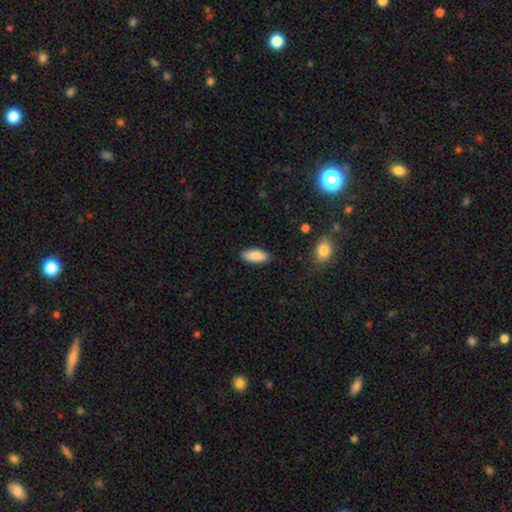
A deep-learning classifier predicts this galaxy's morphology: smooth-or-featured: smooth: 87% | featured or disk: 7% | star or artifact: 6%
  how-rounded: in between: 86% | cigar-shaped: 13% | round: 2%
  merging: none: 86% | minor disturbance: 10% | major disturbance: 2% | merger: 1%